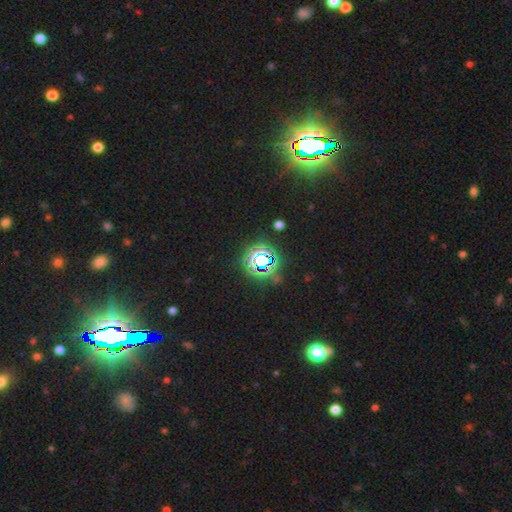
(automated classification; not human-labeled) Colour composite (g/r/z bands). It shows a star or artifact, not a galaxy (75%).